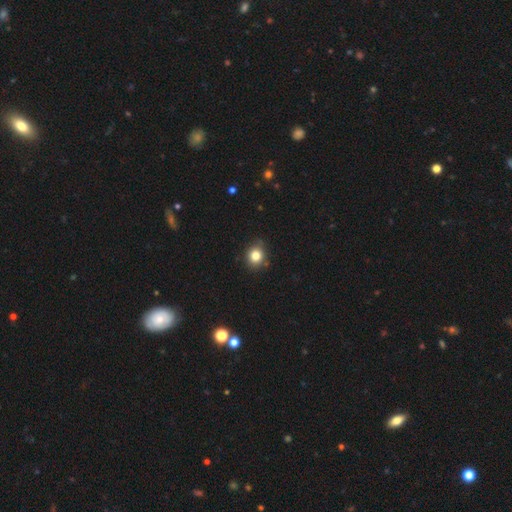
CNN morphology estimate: A smooth galaxy with no disk features (82%) that is round (76%). Merging: none (84%).